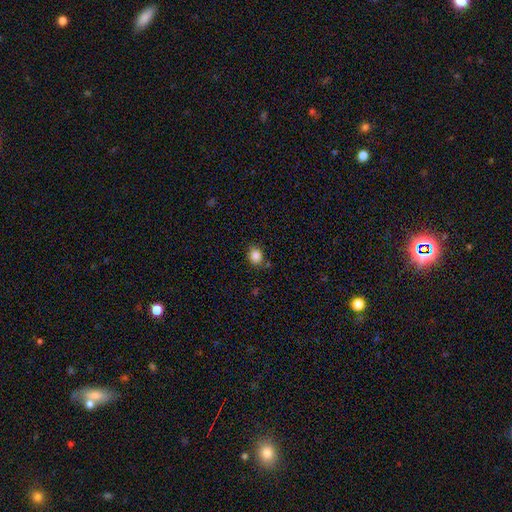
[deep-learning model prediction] Overall: smooth (86%). How rounded: round (67%; in between 32%). Merging: none (79%).